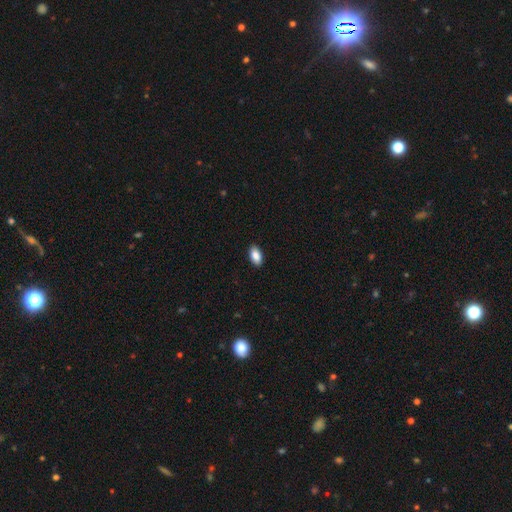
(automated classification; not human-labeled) smooth_or_featured: smooth (p=0.88) [alt: star or artifact p=0.07]
how_rounded: in between (p=0.93) [alt: round p=0.04]
merging: none (p=0.90) [alt: minor disturbance p=0.08]